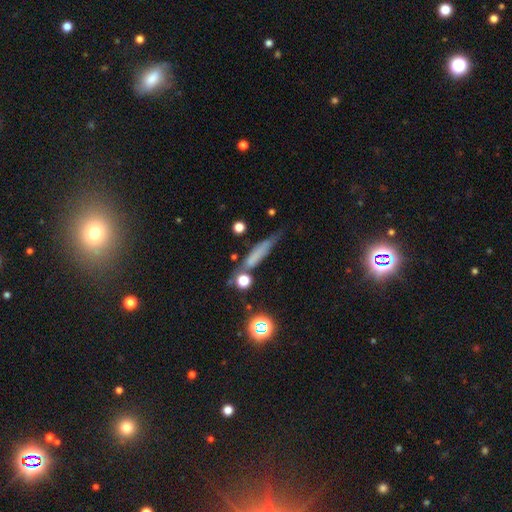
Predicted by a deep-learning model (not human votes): Smooth or featured: smooth — 55% (featured or disk — 27%)
How rounded: cigar-shaped — 80% (in between — 12%)
Merging: none — 60% (minor disturbance — 24%)